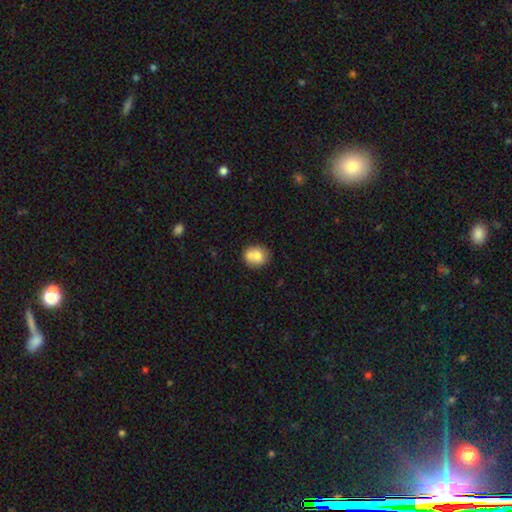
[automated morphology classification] A smooth galaxy with no disk features (71%) that is round (71%).

Vote fractions:
- Smooth or featured? smooth: 71% / featured or disk: 21% / star or artifact: 9%
- How rounded? round: 71% / in between: 28% / cigar-shaped: 1%
- Merging? none: 46% / merger: 40% / minor disturbance: 11% / major disturbance: 3%